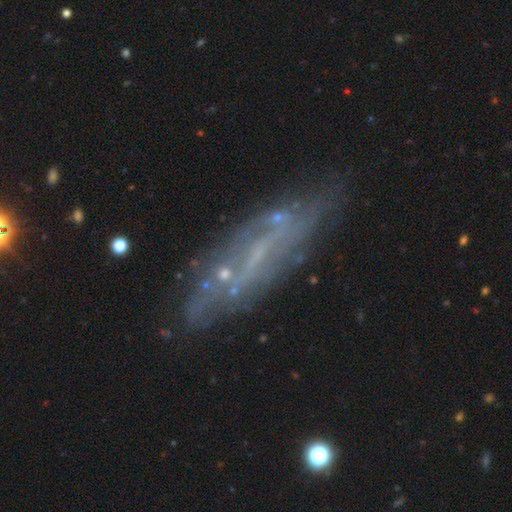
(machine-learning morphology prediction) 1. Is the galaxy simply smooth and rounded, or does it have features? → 63% featured or disk, 21% smooth, 16% star or artifact.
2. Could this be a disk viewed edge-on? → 66% no, 34% yes.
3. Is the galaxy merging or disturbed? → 68% none, 18% minor disturbance, 10% major disturbance, 4% merger.